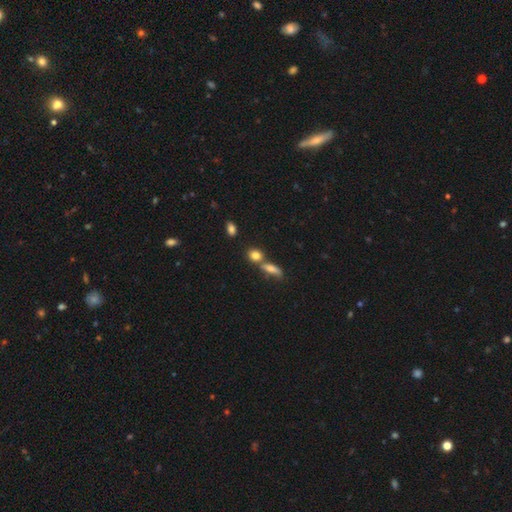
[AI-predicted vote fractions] Smooth or featured: smooth — 81% (star or artifact — 10%)
How rounded: in between — 47% (round — 43%)
Merging: none — 48% (merger — 37%)